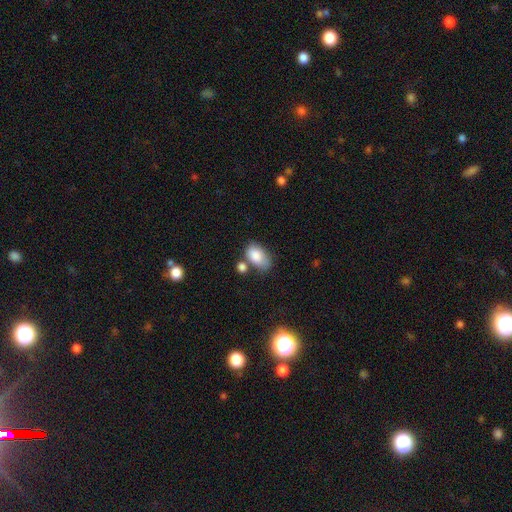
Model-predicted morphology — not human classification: Smooth or featured? smooth (83%)
How rounded? in between (90%)
Merging? none (48%)